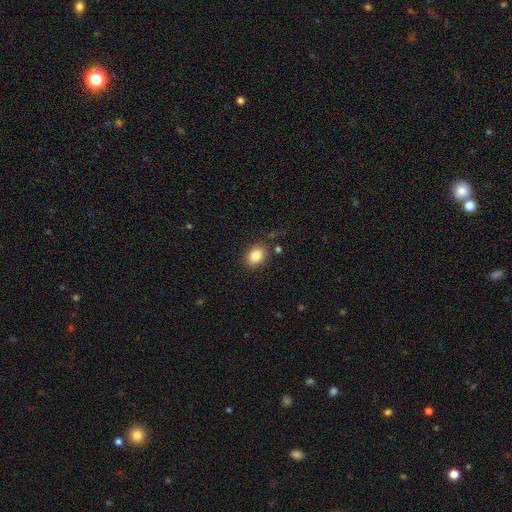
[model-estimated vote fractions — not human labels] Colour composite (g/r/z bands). It shows a smooth galaxy with no disk features (84%) that is in between round and cigar-shaped (69%). Merging: none (84%).